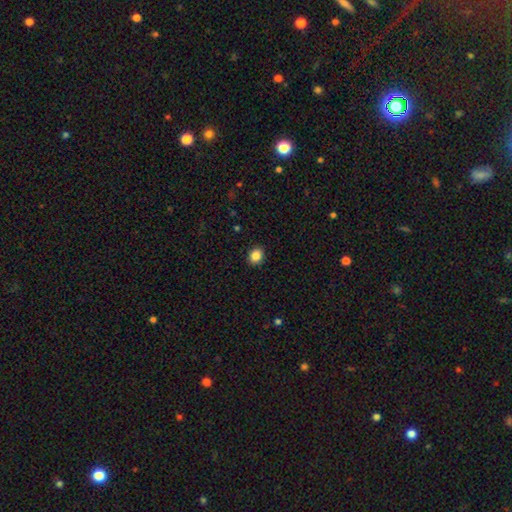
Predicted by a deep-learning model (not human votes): Morphology: type=smooth (86%); roundness=round (62%); merging=none (91%).